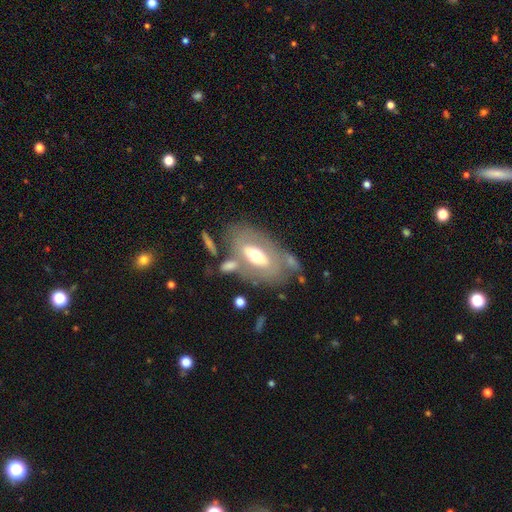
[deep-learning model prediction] A featured or disk galaxy (53%).

Vote fractions:
- Smooth or featured? featured or disk: 53% / smooth: 40% / star or artifact: 7%
- Edge-on disk? no: 84% / yes: 16%
- Merging? none: 58% / minor disturbance: 18% / merger: 13% / major disturbance: 11%